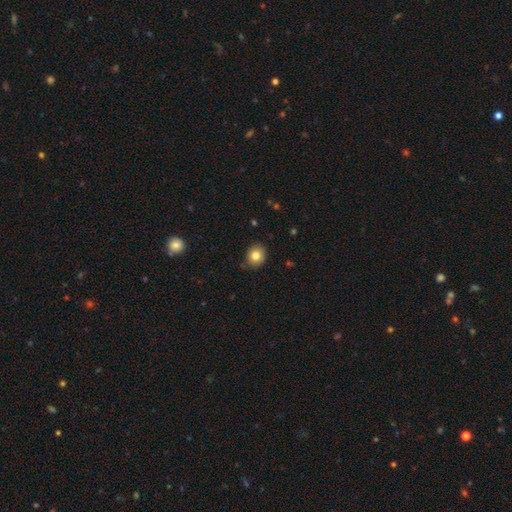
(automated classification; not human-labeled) smooth_or_featured: smooth (p=0.81) [alt: star or artifact p=0.10]
how_rounded: round (p=0.76) [alt: in between p=0.23]
merging: none (p=0.86) [alt: minor disturbance p=0.11]